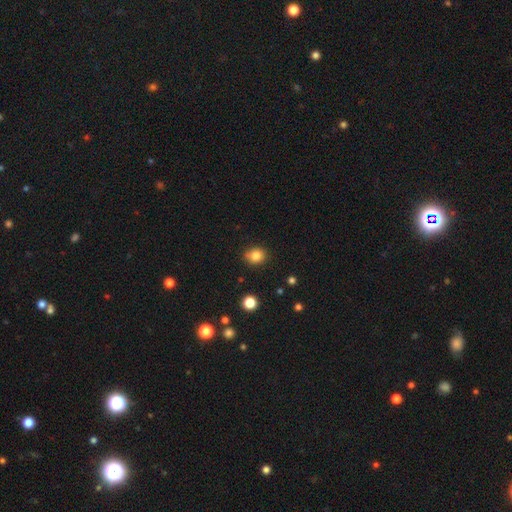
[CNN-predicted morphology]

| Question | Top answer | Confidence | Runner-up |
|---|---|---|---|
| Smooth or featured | smooth | 83% | star or artifact (12%) |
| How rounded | round | 69% | in between (30%) |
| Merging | none | 82% | minor disturbance (13%) |